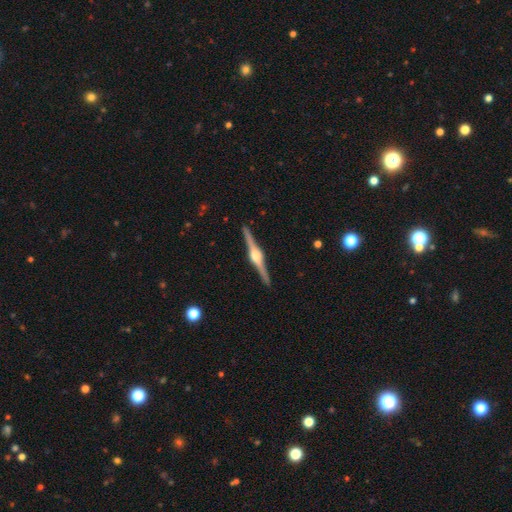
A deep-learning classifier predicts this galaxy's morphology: smooth-or-featured: featured or disk: 88% | smooth: 8% | star or artifact: 4%
  disk-edge-on: yes: 99% | no: 1%
    edge-on-bulge: rounded: 93% | boxy: 5% | none: 2%
  merging: none: 92% | minor disturbance: 5% | major disturbance: 1% | merger: 1%